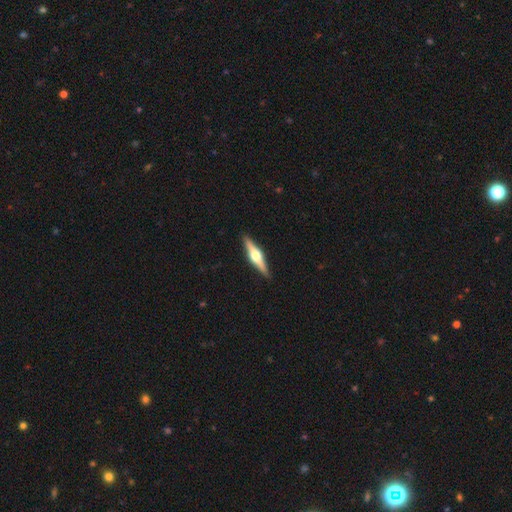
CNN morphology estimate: The model was most divided on "smooth or featured": featured or disk: 75%, smooth: 20%, star or artifact: 5%. More confident: edge-on disk — yes (98%); edge-on bulge — rounded (94%); merging — none (91%).